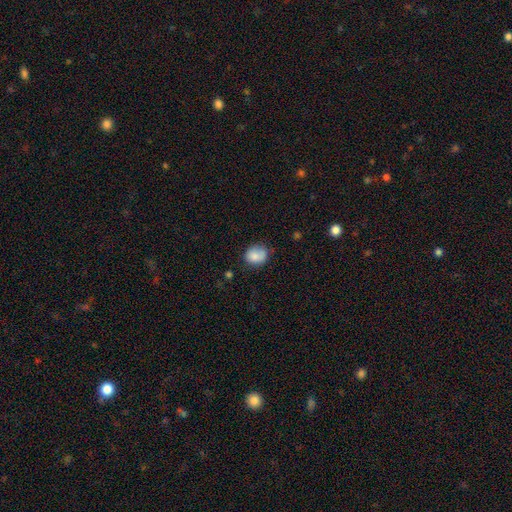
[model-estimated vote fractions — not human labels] This appears to be a smooth galaxy with no disk features (82%) that is round (64%). Merging: none (66%).